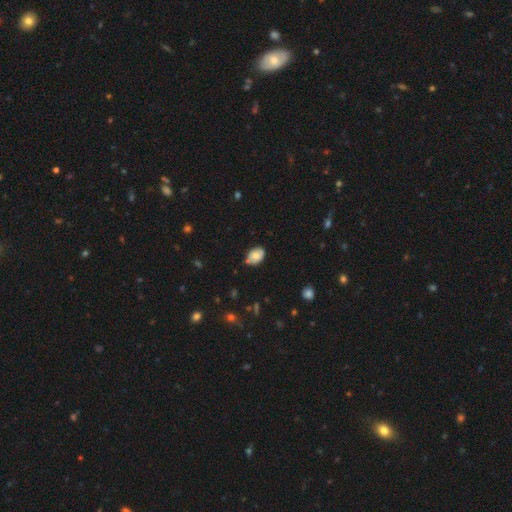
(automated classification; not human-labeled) smooth_or_featured: smooth (p=0.68) [alt: featured or disk p=0.24]
how_rounded: in between (p=0.83) [alt: round p=0.16]
merging: none (p=0.65) [alt: minor disturbance p=0.29]